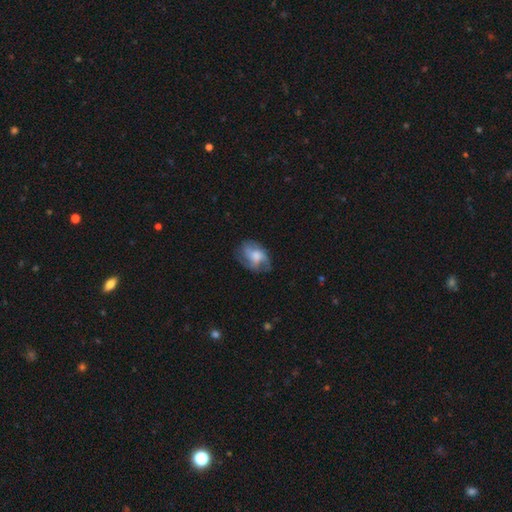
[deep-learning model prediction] smooth-or-featured: featured or disk: 54% | smooth: 37% | star or artifact: 8%
  disk-edge-on: no: 96% | yes: 4%
    bar: no: 71% | weak: 25% | strong: 5%
    has-spiral-arms: yes: 77% | no: 23%
    bulge-size: moderate: 40% | large: 33% | small: 13% | none: 12% | dominant: 3%
  merging: none: 62% | minor disturbance: 23% | major disturbance: 13% | merger: 1%